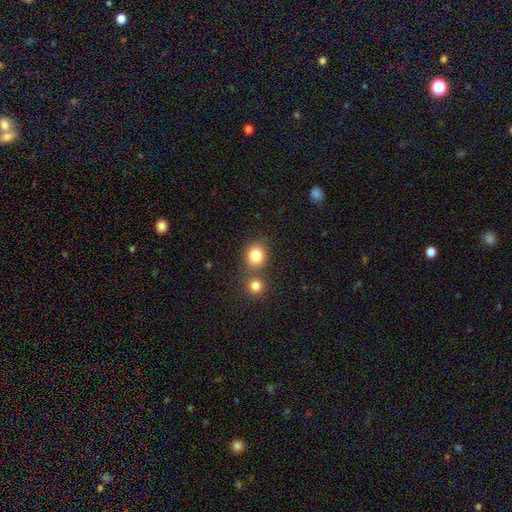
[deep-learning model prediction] Morphology: type=smooth (82%); roundness=round (75%); merging=none (58%).